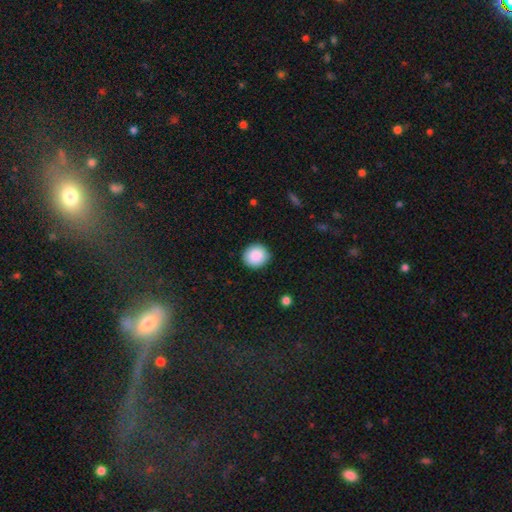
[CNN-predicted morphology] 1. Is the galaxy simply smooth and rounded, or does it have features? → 89% smooth, 8% star or artifact, 4% featured or disk.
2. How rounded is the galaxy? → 85% round, 14% in between, 1% cigar-shaped.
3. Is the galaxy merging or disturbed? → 90% none, 7% minor disturbance, 2% major disturbance, 1% merger.